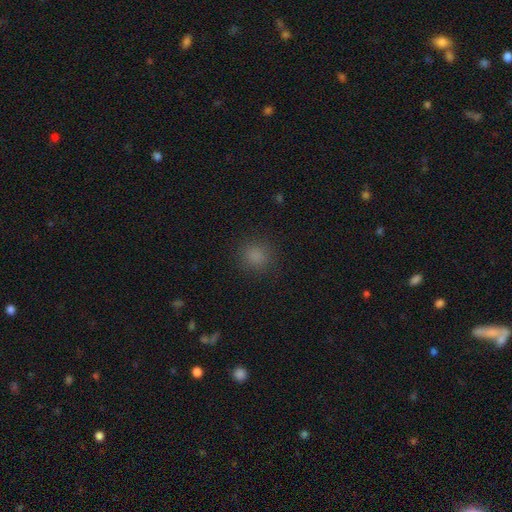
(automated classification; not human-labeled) Smooth or featured? smooth (82%)
How rounded? round (89%)
Merging? none (88%)